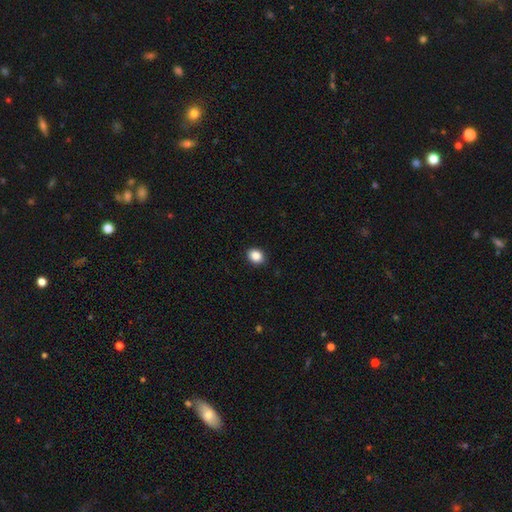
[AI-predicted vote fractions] This appears to be a smooth galaxy with no disk features (87%) that is round (54%). Merging: none (91%).